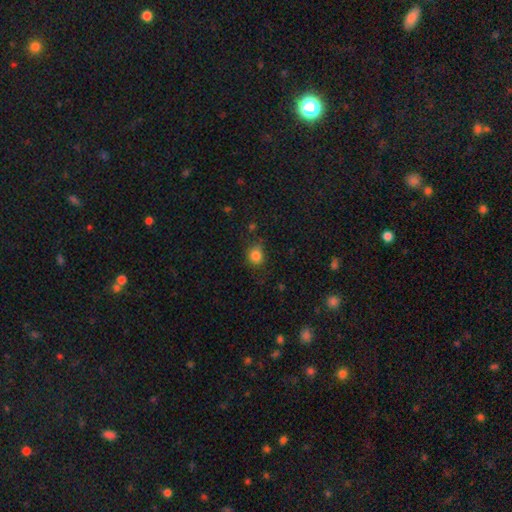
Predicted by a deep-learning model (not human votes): Q: Smooth or featured?
A: smooth (83%); runner-up: star or artifact (12%)
Q: How rounded?
A: round (76%); runner-up: in between (23%)
Q: Merging?
A: none (77%); runner-up: minor disturbance (16%)